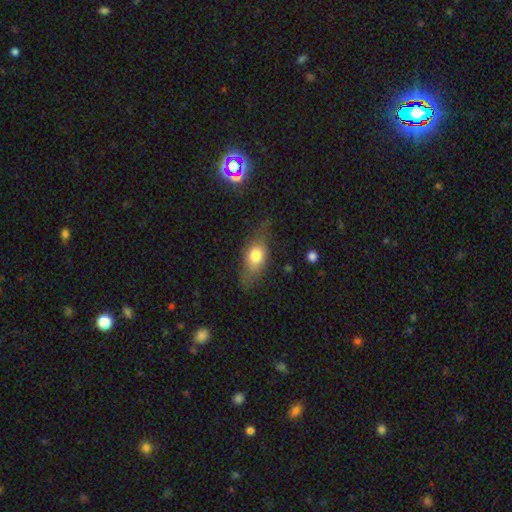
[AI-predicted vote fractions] Q: Smooth or featured?
A: smooth (67%); runner-up: featured or disk (25%)
Q: How rounded?
A: in between (74%); runner-up: cigar-shaped (15%)
Q: Merging?
A: none (58%); runner-up: minor disturbance (27%)